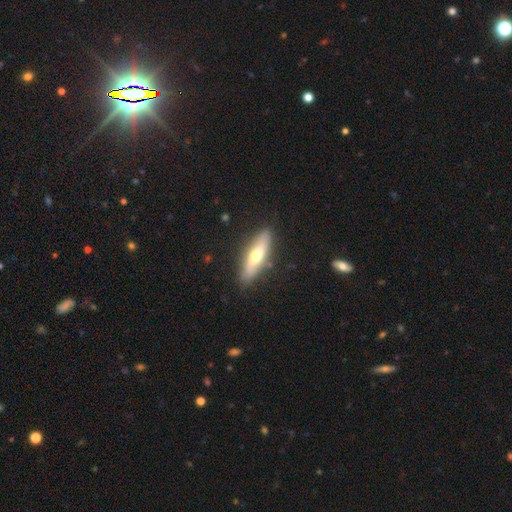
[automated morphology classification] Smooth or featured: smooth — 49% (featured or disk — 45%)
Merging: none — 83% (minor disturbance — 12%)